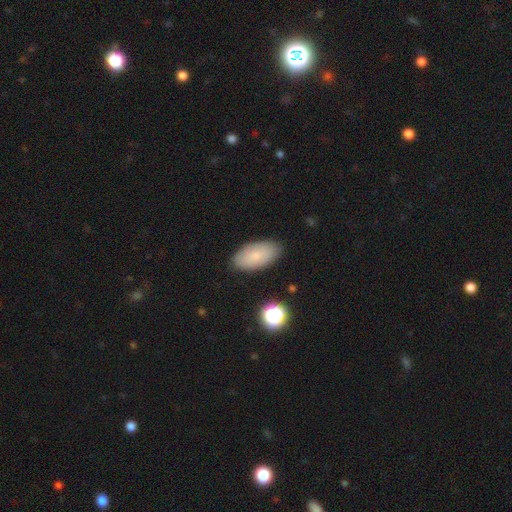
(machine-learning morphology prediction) Smooth or featured: smooth — 80% (featured or disk — 12%)
How rounded: in between — 94% (cigar-shaped — 3%)
Merging: none — 85% (minor disturbance — 11%)